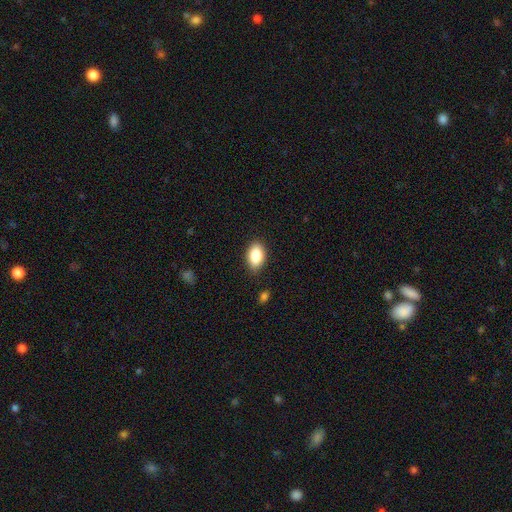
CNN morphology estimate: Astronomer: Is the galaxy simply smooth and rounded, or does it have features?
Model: smooth — 86%.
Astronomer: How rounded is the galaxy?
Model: in between — 90%.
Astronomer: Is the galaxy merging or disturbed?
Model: none — 86%.